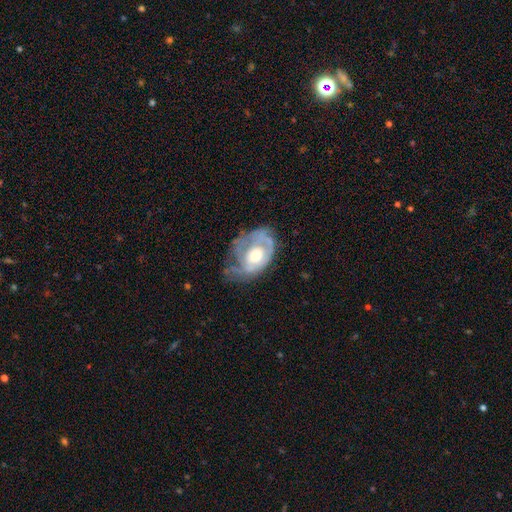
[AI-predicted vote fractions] A featured or disk galaxy (74%) with no bar (79%), tight (55%) spiral arms (71%) and a moderate central bulge (64%). Merging: none (44%).